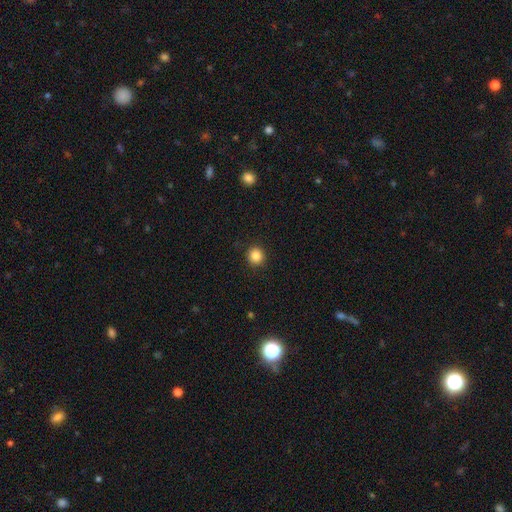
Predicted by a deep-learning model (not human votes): Smooth or featured?
  - smooth: 86% *
  - star or artifact: 10%
  - featured or disk: 4%
How rounded?
  - round: 92% *
  - in between: 7%
  - cigar-shaped: 1%
Merging?
  - none: 92% *
  - minor disturbance: 5%
  - major disturbance: 2%
  - merger: 1%